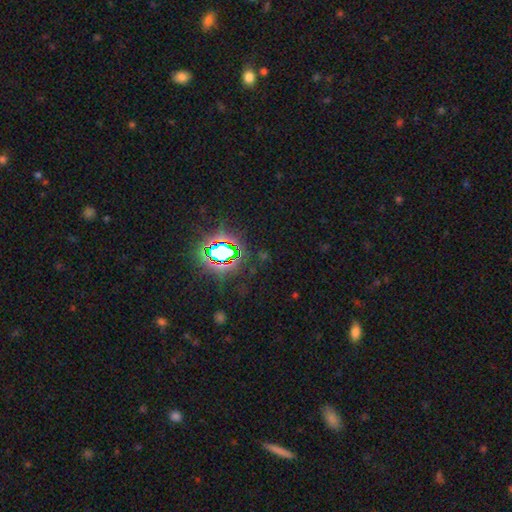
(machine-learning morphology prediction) This appears to be a star or artifact, not a galaxy (79%).